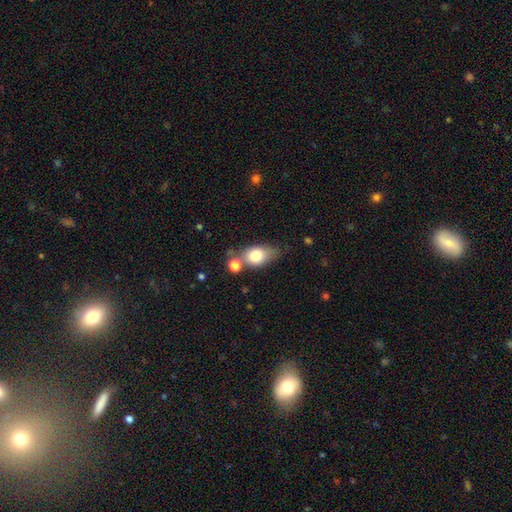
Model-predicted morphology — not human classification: type=smooth (76%); roundness=in between (76%); merging=none (49%).